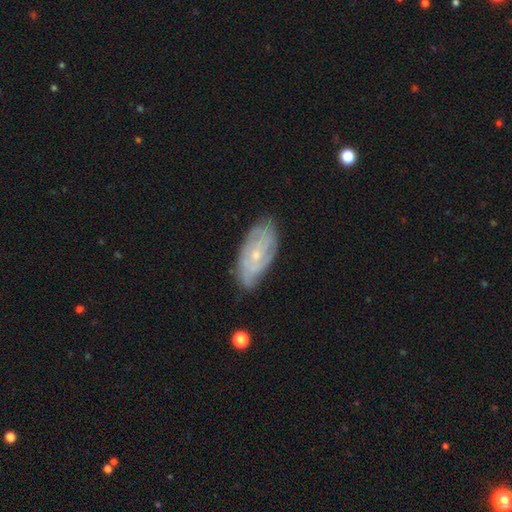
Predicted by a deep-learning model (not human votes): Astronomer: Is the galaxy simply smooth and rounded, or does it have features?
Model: featured or disk — 74%.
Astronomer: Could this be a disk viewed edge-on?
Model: no — 92%.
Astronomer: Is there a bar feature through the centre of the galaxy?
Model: no — 69%.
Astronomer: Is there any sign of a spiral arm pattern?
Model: yes — 89%.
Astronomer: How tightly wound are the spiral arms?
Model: tight — 62%.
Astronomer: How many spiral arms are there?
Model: can't tell — 43% (runner-up: 2, 23%).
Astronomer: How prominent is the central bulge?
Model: small — 70%.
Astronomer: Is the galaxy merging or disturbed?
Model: none — 73%.